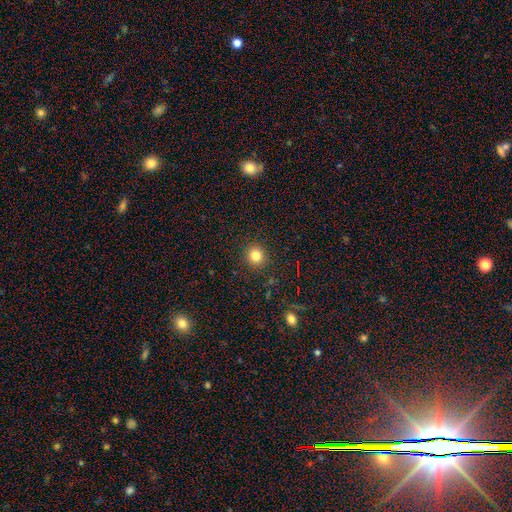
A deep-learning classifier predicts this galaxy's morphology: This appears to be a smooth galaxy with no disk features (81%) that is round (92%). Merging: none (91%).